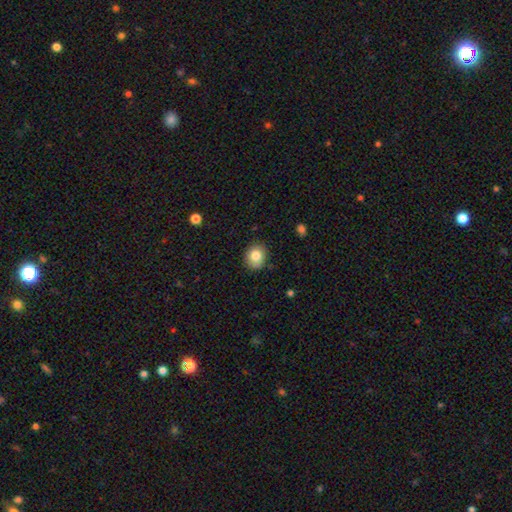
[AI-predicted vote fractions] Smooth or featured?
  - smooth: 82% *
  - star or artifact: 9%
  - featured or disk: 9%
How rounded?
  - round: 72% *
  - in between: 27%
  - cigar-shaped: 1%
Merging?
  - none: 86% *
  - minor disturbance: 10%
  - major disturbance: 2%
  - merger: 1%